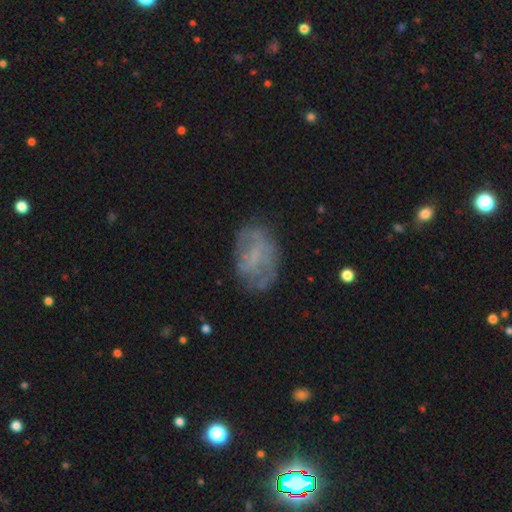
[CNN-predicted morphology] type=featured or disk (54%); edge-on=no (96%); bar=no (46%); spiral arms=yes (52%); bulge=none (56%); merging=none (64%).